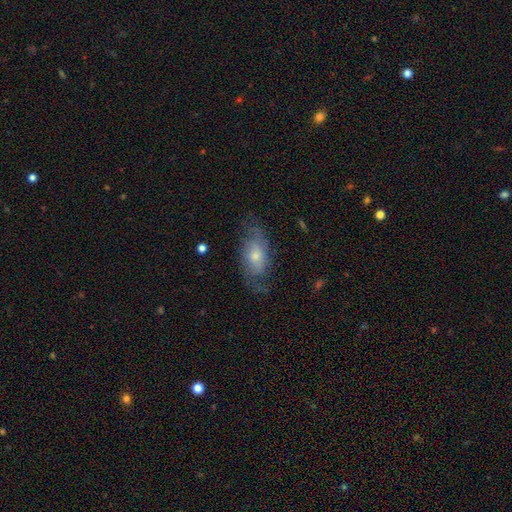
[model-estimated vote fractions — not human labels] smooth_or_featured: featured or disk (p=0.54) [alt: smooth p=0.39]
disk_edge_on: no (p=0.88) [alt: yes p=0.12]
merging: none (p=0.61) [alt: minor disturbance p=0.23]